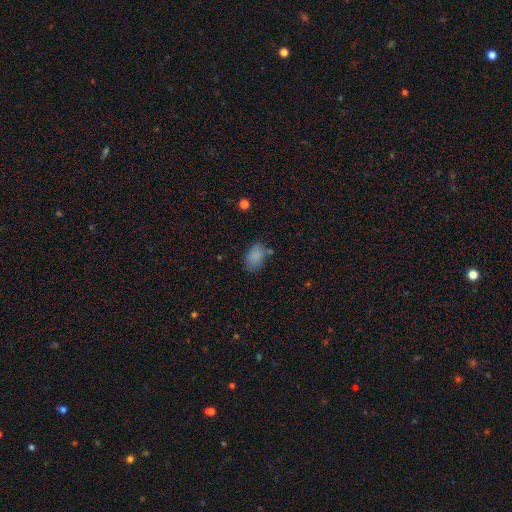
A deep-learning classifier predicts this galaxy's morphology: Smooth or featured?
  - smooth: 83% *
  - star or artifact: 10%
  - featured or disk: 7%
How rounded?
  - in between: 84% *
  - round: 15%
  - cigar-shaped: 1%
Merging?
  - none: 63% *
  - minor disturbance: 23%
  - major disturbance: 7%
  - merger: 7%